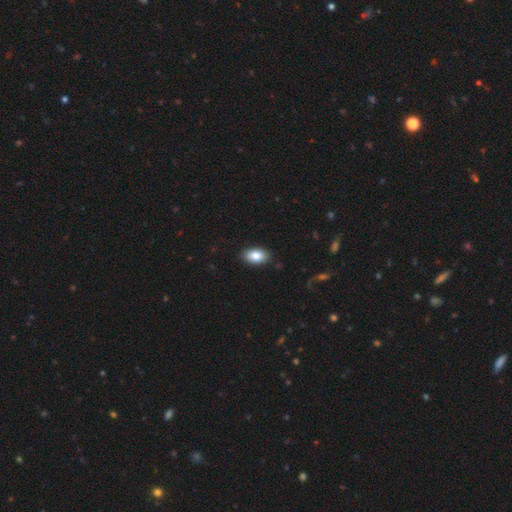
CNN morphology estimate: Smooth or featured: smooth — 85% (featured or disk — 8%)
How rounded: in between — 92% (round — 6%)
Merging: none — 88% (minor disturbance — 9%)